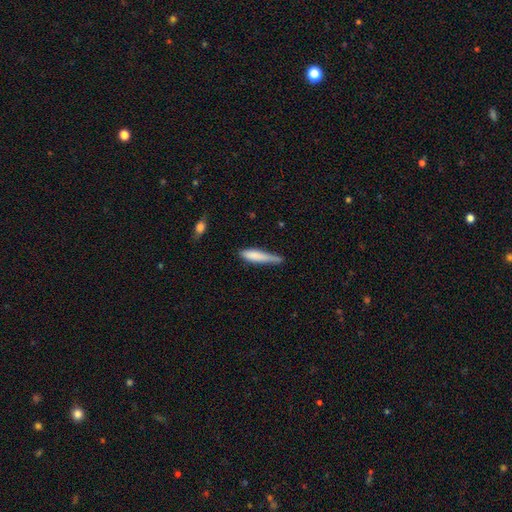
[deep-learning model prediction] The model was most divided on "merging": none: 47%, minor disturbance: 37%, major disturbance: 11%, merger: 5%. More confident: how rounded — cigar-shaped (85%); smooth or featured — smooth (78%).